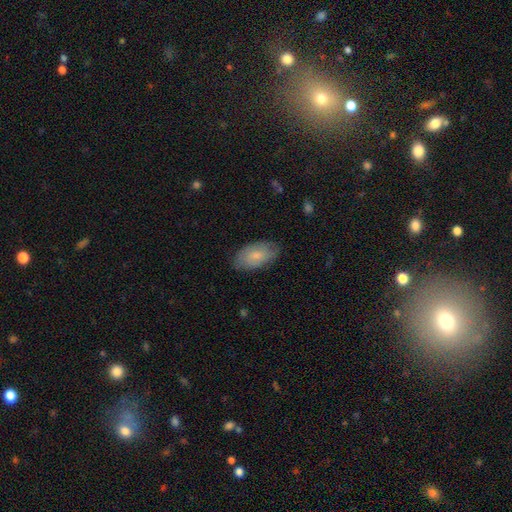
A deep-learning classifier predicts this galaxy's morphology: A smooth galaxy with no disk features (75%) that is in between round and cigar-shaped (94%). Merging: none (80%).